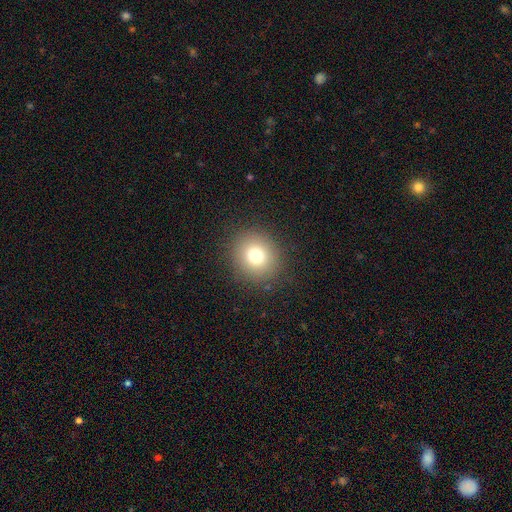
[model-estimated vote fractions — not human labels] Q: Smooth or featured?
A: smooth (76%); runner-up: star or artifact (14%)
Q: How rounded?
A: round (88%); runner-up: in between (11%)
Q: Merging?
A: none (88%); runner-up: minor disturbance (7%)